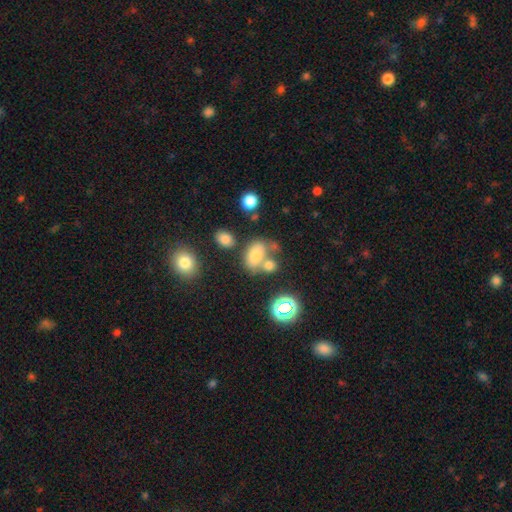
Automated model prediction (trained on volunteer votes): Smooth or featured? Predicted: smooth (p=0.70). How rounded? Predicted: in between (p=0.79). Merging? Predicted: none (p=0.43).